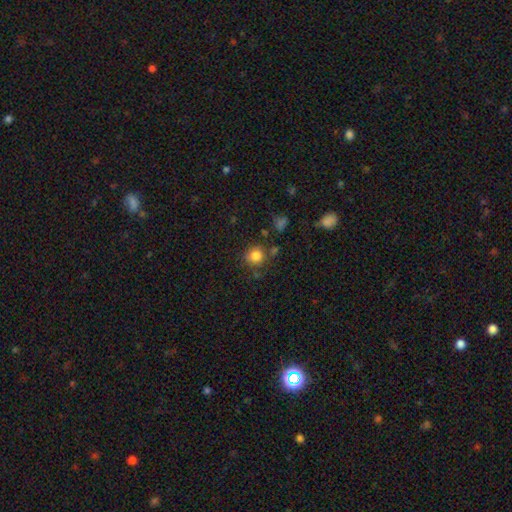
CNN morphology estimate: type=smooth (82%); roundness=round (88%); merging=none (77%).